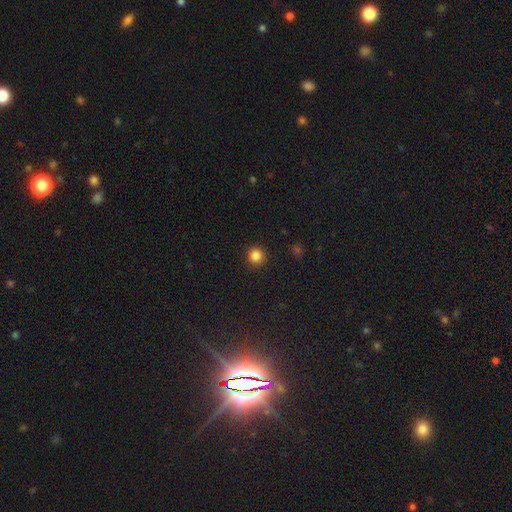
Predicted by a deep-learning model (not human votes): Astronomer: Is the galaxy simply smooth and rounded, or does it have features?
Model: smooth — 84%.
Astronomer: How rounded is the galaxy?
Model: round — 95%.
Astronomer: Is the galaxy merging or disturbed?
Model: none — 92%.